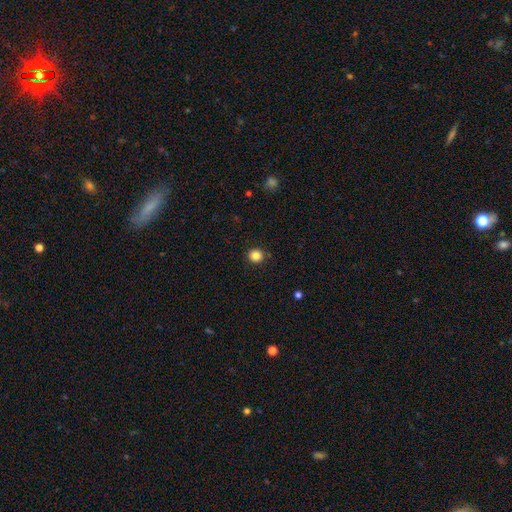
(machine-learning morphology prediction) Smooth or featured: smooth — 85% (star or artifact — 11%)
How rounded: round — 91% (in between — 8%)
Merging: none — 92% (minor disturbance — 5%)